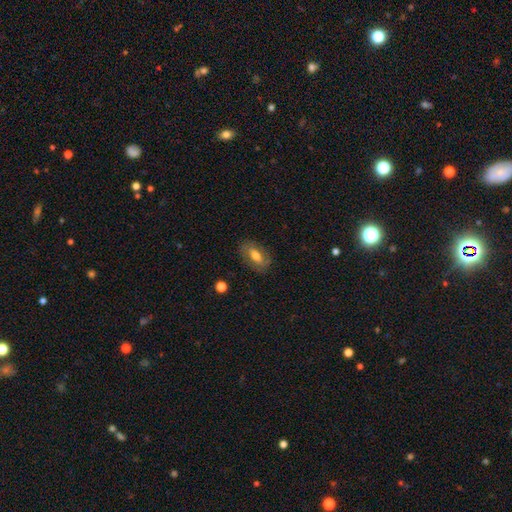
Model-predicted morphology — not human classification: smooth_or_featured: smooth (p=0.52) [alt: featured or disk p=0.41]
how_rounded: in between (p=0.86) [alt: round p=0.07]
merging: none (p=0.79) [alt: minor disturbance p=0.15]